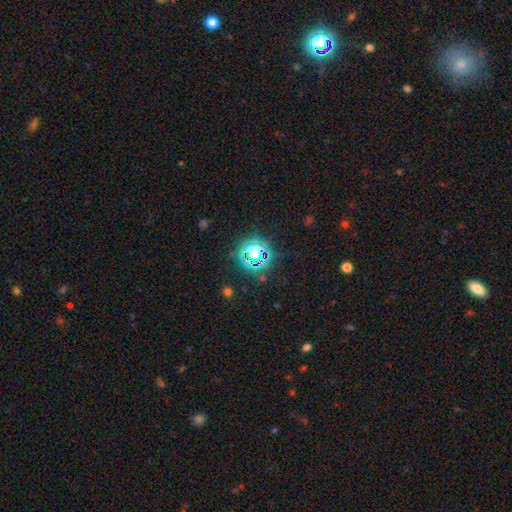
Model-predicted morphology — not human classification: A star or artifact, not a galaxy (66%).

Vote fractions:
- Smooth or featured? star or artifact: 66% / smooth: 24% / featured or disk: 10%